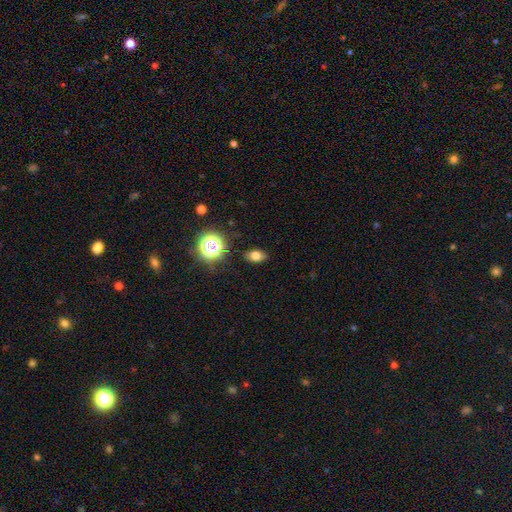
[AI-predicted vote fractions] Overall: smooth (74%). How rounded: in between (80%). Merging: none (85%).